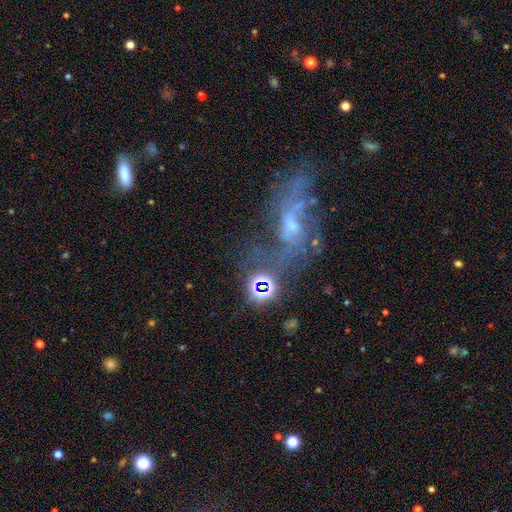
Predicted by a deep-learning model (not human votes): The model was most divided on "merging": none: 39%, major disturbance: 26%, merger: 18%, minor disturbance: 17%. More confident: edge-on disk — no (87%); spiral arms — yes (65%); smooth or featured — featured or disk (62%); bar — no (61%); bulge size — small (56%).